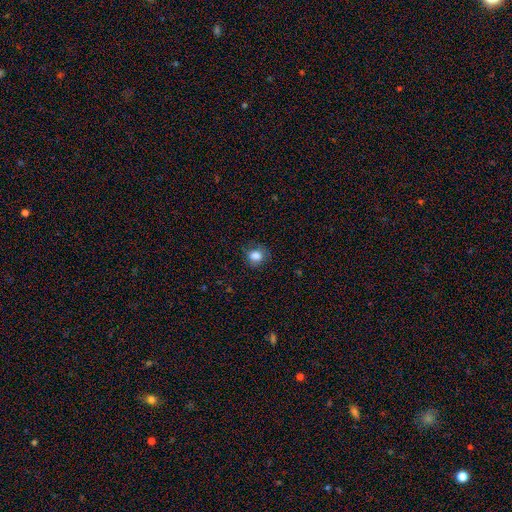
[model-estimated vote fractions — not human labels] This appears to be a smooth galaxy with no disk features (84%) that is round (68%). Merging: none (77%).